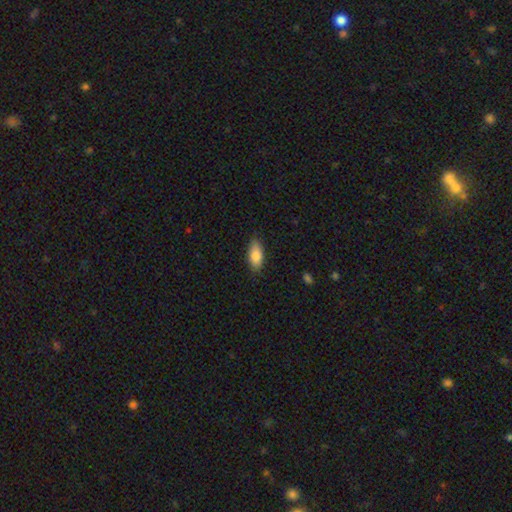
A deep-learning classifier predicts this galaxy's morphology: smooth_or_featured: smooth (p=0.84) [alt: featured or disk p=0.10]
how_rounded: in between (p=0.85) [alt: cigar-shaped p=0.13]
merging: none (p=0.84) [alt: minor disturbance p=0.13]